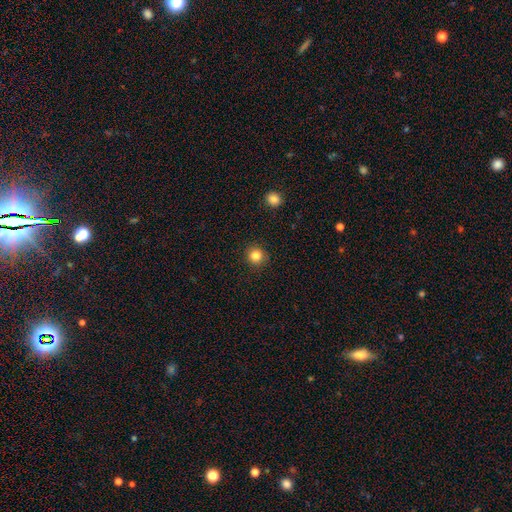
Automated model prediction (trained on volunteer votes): The model was most divided on "smooth or featured": smooth: 83%, star or artifact: 12%, featured or disk: 5%. More confident: how rounded — round (93%); merging — none (91%).